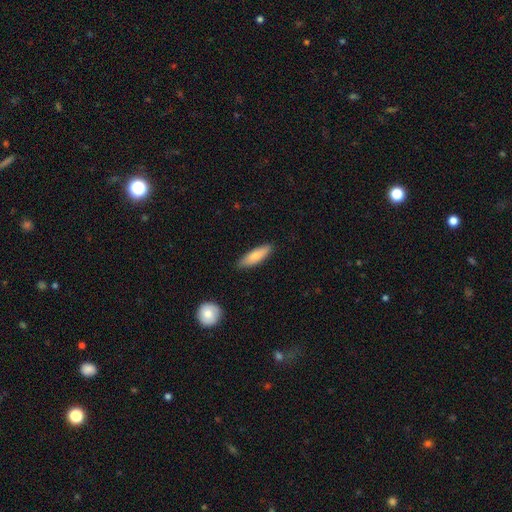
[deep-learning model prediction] This appears to be a smooth galaxy with no disk features (78%) that is cigar-shaped (55%). Merging: none (85%).